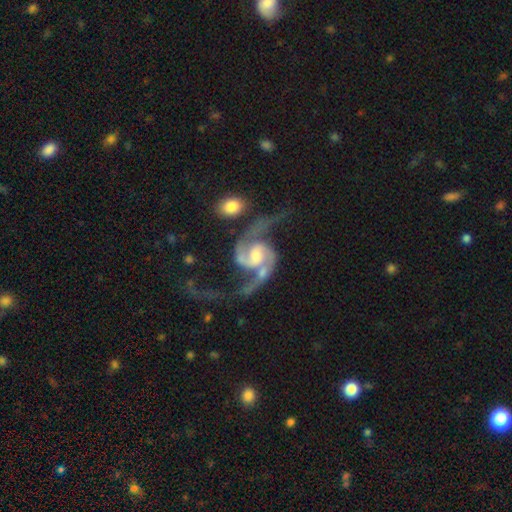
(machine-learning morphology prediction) type=featured or disk (94%); edge-on=no (98%); bar=weak (46%); spiral arms=yes (98%); winding=medium (46%); arm count=2 (93%); bulge=moderate (46%); merging=none (52%).